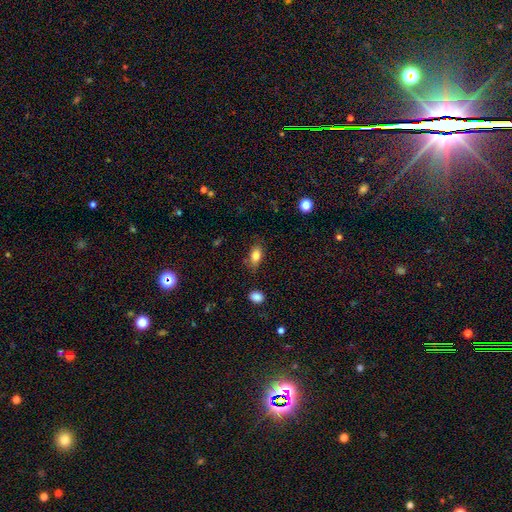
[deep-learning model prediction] A smooth galaxy with no disk features (83%) that is in between round and cigar-shaped (88%). Merging: none (74%).